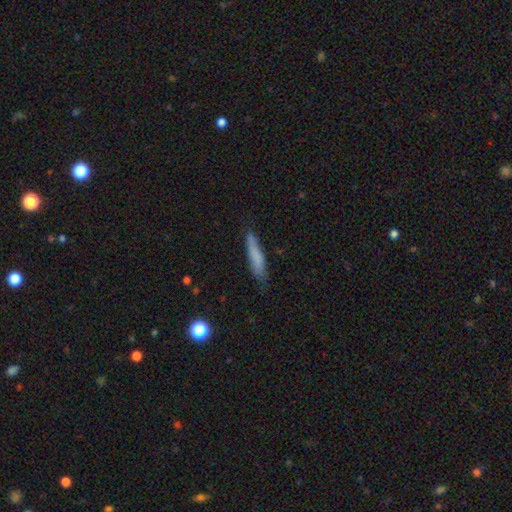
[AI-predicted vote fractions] Smooth or featured? smooth (76%)
How rounded? cigar-shaped (87%)
Merging? none (75%)